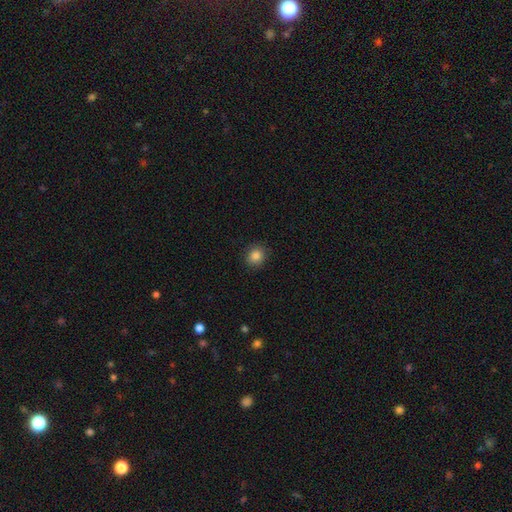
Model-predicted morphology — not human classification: Smooth or featured? smooth (85%)
How rounded? round (76%)
Merging? none (88%)